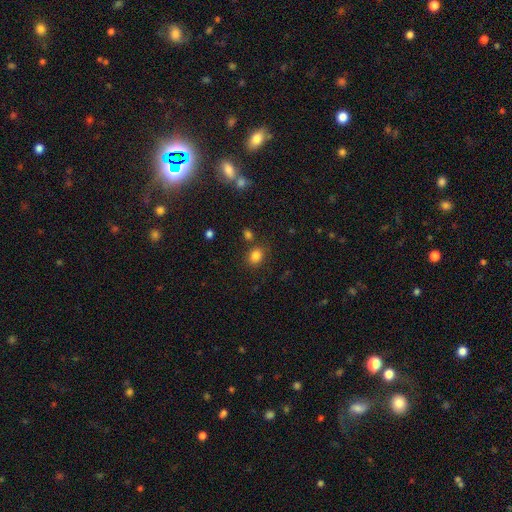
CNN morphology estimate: smooth_or_featured: smooth (p=0.83) [alt: star or artifact p=0.12]
how_rounded: round (p=0.50) [alt: in between p=0.49]
merging: none (p=0.77) [alt: minor disturbance p=0.11]